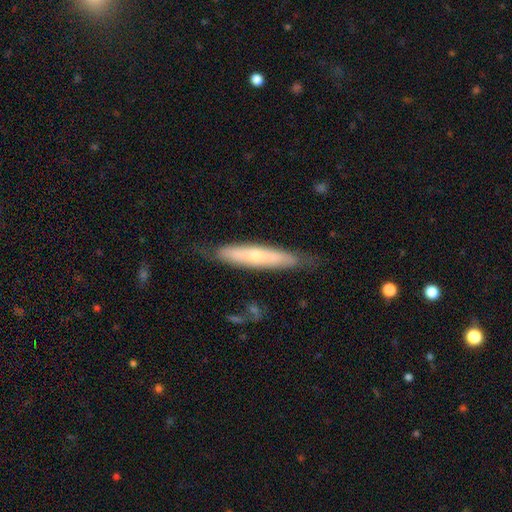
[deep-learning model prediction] This appears to be a featured or disk galaxy (50%) viewed edge-on (69%). Merging: none (77%).